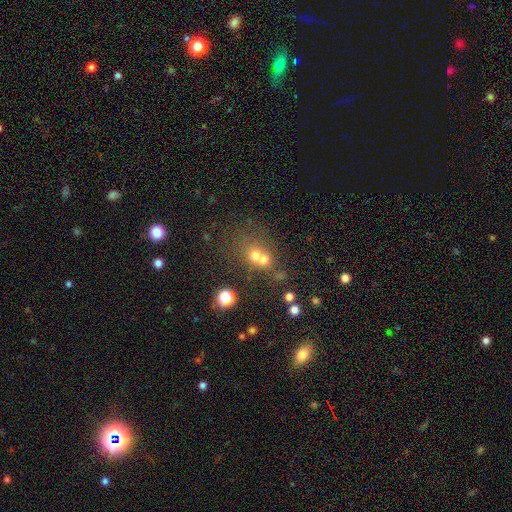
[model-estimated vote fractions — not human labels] A smooth galaxy with no disk features (56%) that is round (75%).

Vote fractions:
- Smooth or featured? smooth: 56% / star or artifact: 24% / featured or disk: 20%
- How rounded? round: 75% / in between: 24% / cigar-shaped: 1%
- Merging? merger: 49% / none: 38% / minor disturbance: 8% / major disturbance: 5%